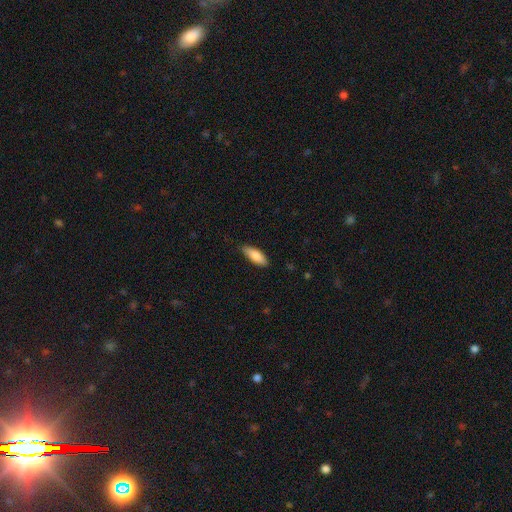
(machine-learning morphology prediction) type=smooth (85%); roundness=in between (70%); merging=none (81%).